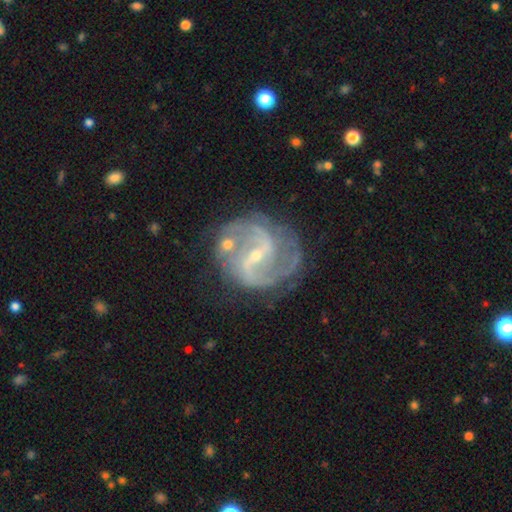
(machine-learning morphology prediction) smooth-or-featured: featured or disk: 90% | star or artifact: 6% | smooth: 4%
  disk-edge-on: no: 98% | yes: 2%
    bar: strong: 44% | weak: 41% | no: 16%
    has-spiral-arms: yes: 97% | no: 3%
      spiral-winding: medium: 55% | loose: 24% | tight: 21%
      spiral-arm-count: 2: 79% | 3: 8% | can't tell: 6% | 4: 3% | 1: 2% | more than 4: 2%
    bulge-size: small: 75% | moderate: 21% | none: 2% | large: 1% | dominant: 1%
  merging: none: 67% | minor disturbance: 17% | major disturbance: 9% | merger: 6%